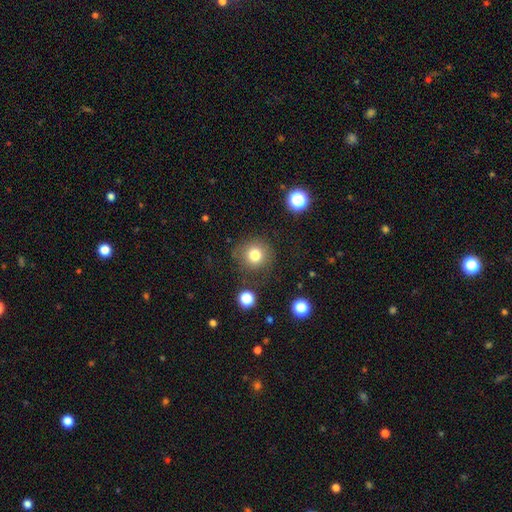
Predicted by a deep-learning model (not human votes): The model was most divided on "smooth or featured": smooth: 73%, star or artifact: 18%, featured or disk: 9%. More confident: how rounded — round (93%); merging — none (85%).